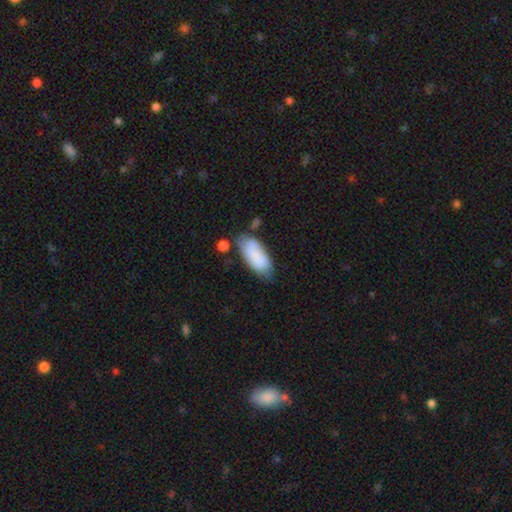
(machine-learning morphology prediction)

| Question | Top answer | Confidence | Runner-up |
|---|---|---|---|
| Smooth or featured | smooth | 81% | featured or disk (13%) |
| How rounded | in between | 87% | cigar-shaped (11%) |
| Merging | none | 59% | minor disturbance (25%) |